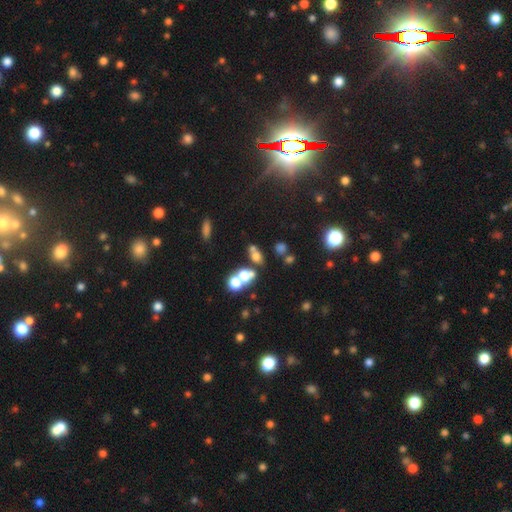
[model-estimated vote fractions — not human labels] This is likely a smooth galaxy (61%). How rounded: possibly in between (51%). Merging: marginally merger (42%, tied with none).